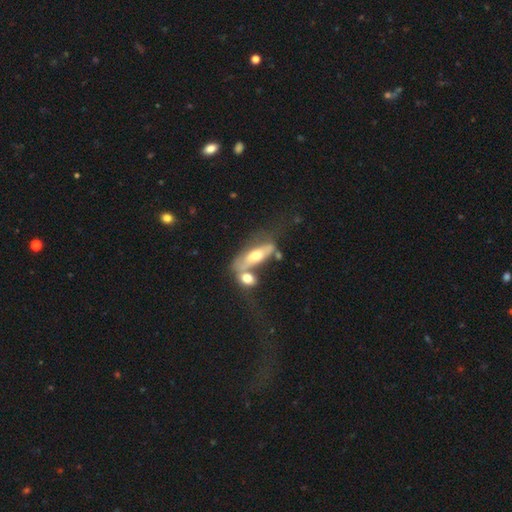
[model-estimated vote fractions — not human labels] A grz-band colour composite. It shows a featured or disk galaxy (52%). Merging: merger (49%).